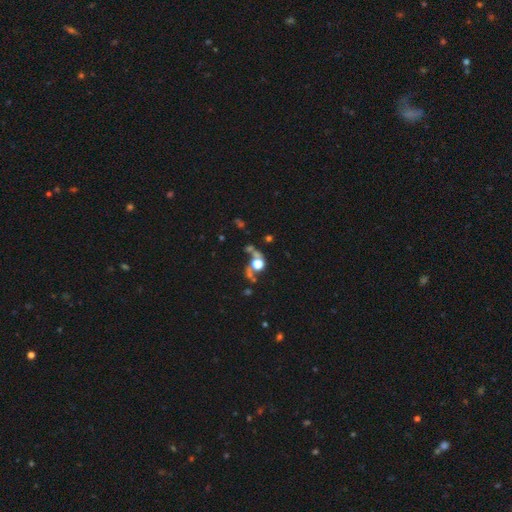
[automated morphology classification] type=featured or disk (45%); merging=none (42%).